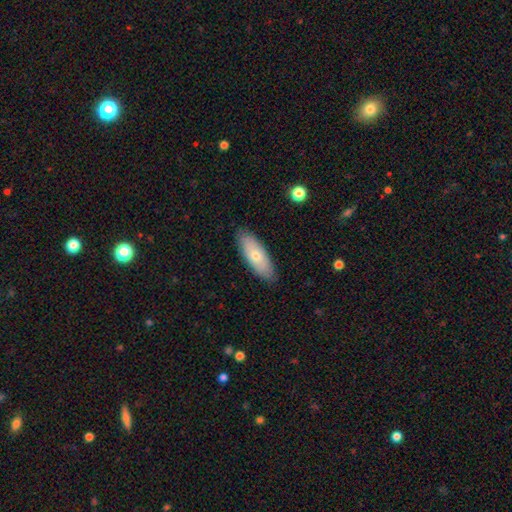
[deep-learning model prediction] This is likely a smooth galaxy (65%). How rounded: likely in between (70%). Merging: clearly none (87%).